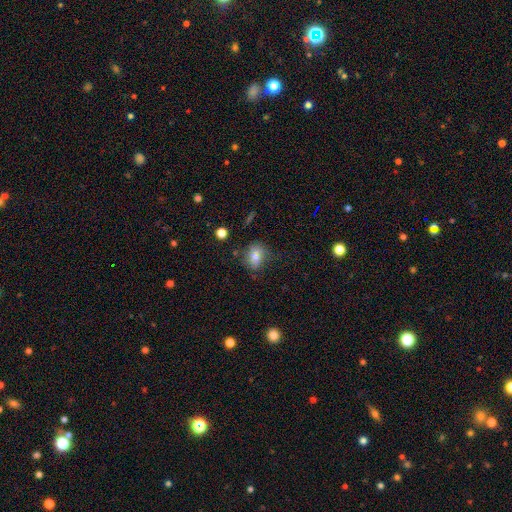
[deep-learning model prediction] Smooth or featured? smooth (76%)
How rounded? in between (62%)
Merging? none (66%)